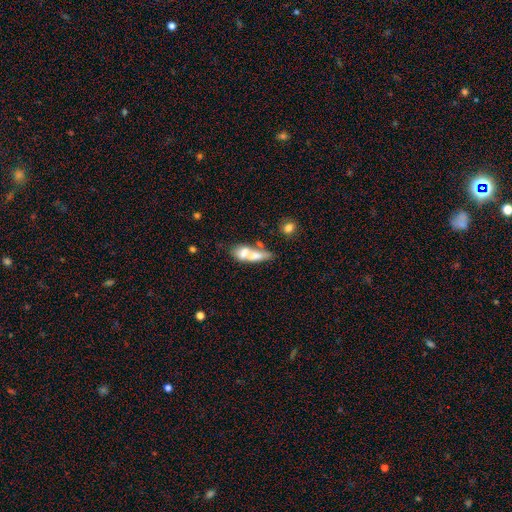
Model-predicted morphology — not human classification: A smooth galaxy with no disk features (60%) that is in between round and cigar-shaped (55%).

Vote fractions:
- Smooth or featured? smooth: 60% / featured or disk: 31% / star or artifact: 9%
- How rounded? in between: 55% / cigar-shaped: 38% / round: 6%
- Merging? merger: 55% / none: 22% / minor disturbance: 12% / major disturbance: 10%